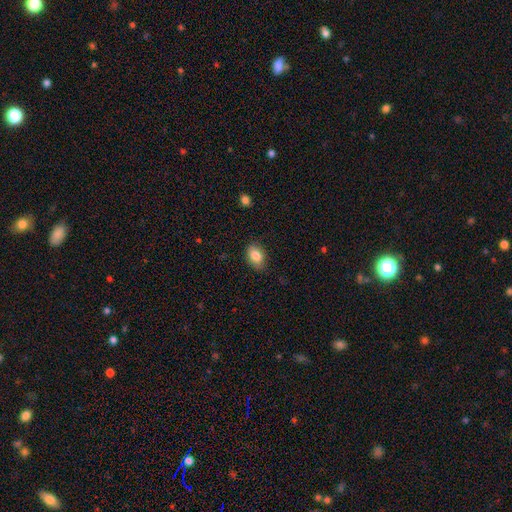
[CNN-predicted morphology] smooth_or_featured: smooth (p=0.83) [alt: featured or disk p=0.09]
how_rounded: in between (p=0.84) [alt: round p=0.15]
merging: none (p=0.83) [alt: minor disturbance p=0.13]